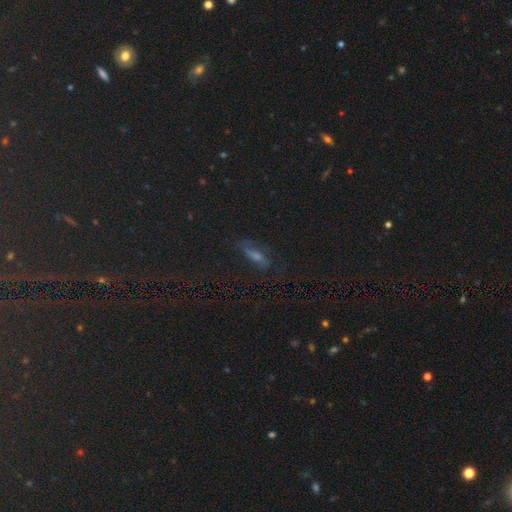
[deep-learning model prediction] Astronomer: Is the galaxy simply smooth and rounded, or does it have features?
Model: smooth — 36% (runner-up: star or artifact, 35%).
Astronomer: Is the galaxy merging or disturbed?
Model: none — 68%.